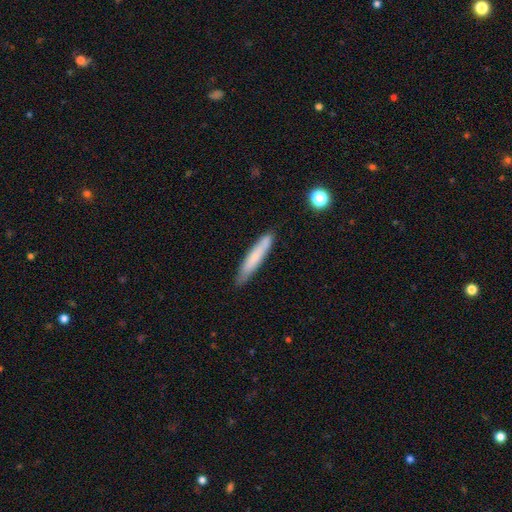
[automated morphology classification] smooth_or_featured: smooth (p=0.69) [alt: featured or disk p=0.25]
how_rounded: cigar-shaped (p=0.93) [alt: in between p=0.06]
merging: none (p=0.81) [alt: minor disturbance p=0.14]